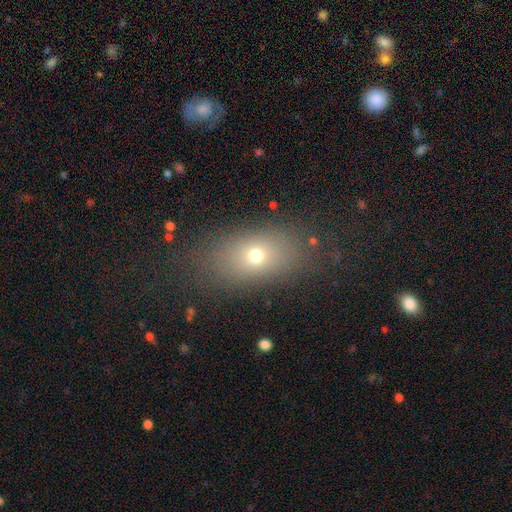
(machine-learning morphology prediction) The model was most divided on "smooth or featured": smooth: 68%, featured or disk: 16%, star or artifact: 16%. More confident: merging — none (81%); how rounded — in between (78%).